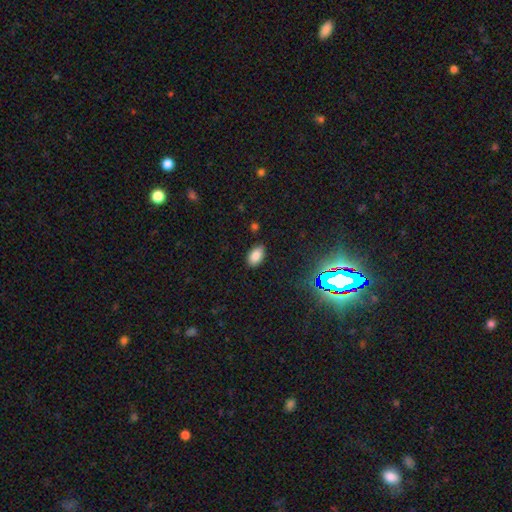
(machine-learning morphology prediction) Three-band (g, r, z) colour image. It shows a smooth galaxy with no disk features (82%) that is in between round and cigar-shaped (92%). Merging: none (85%).